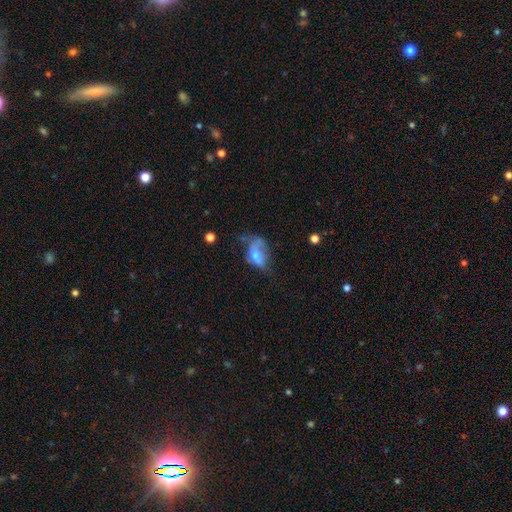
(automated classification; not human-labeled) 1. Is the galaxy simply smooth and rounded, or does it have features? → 55% smooth, 35% featured or disk, 10% star or artifact.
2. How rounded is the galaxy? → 81% in between, 14% round, 4% cigar-shaped.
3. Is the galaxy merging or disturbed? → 42% major disturbance, 27% minor disturbance, 24% none, 7% merger.